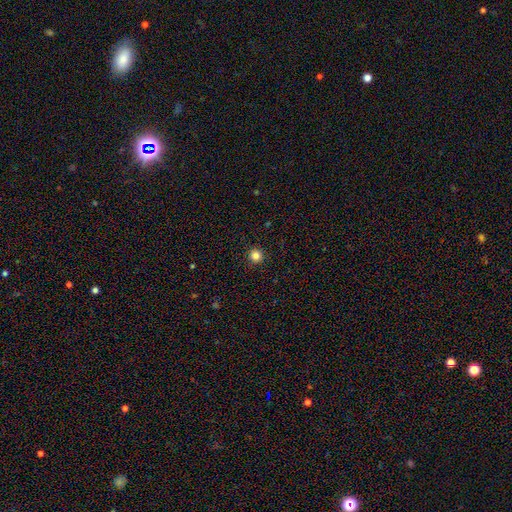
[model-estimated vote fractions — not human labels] A smooth galaxy with no disk features (83%) that is round (96%).

Vote fractions:
- Smooth or featured? smooth: 83% / star or artifact: 13% / featured or disk: 4%
- How rounded? round: 96% / in between: 3% / cigar-shaped: 1%
- Merging? none: 93% / minor disturbance: 5% / major disturbance: 2% / merger: 1%